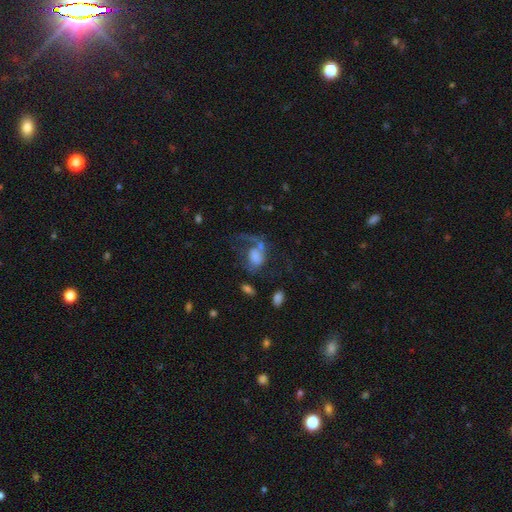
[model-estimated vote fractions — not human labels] featured or disk 51%, smooth 38%, star or artifact 11%. Down the decision tree: edge-on disk — no (97%); merging — major disturbance (50%).